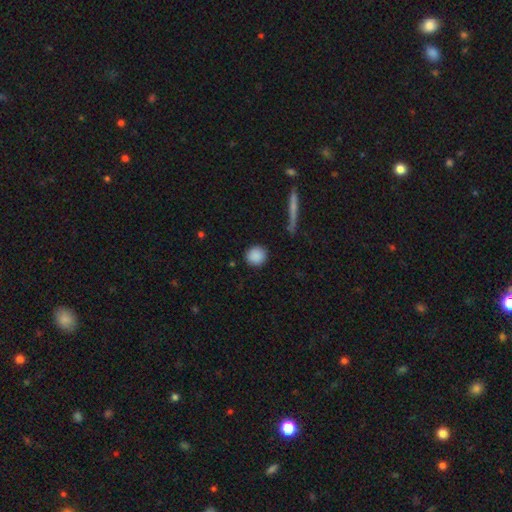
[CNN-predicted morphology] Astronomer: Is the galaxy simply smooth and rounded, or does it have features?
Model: smooth — 88%.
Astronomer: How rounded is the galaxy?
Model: round — 90%.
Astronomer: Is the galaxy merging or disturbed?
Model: none — 89%.